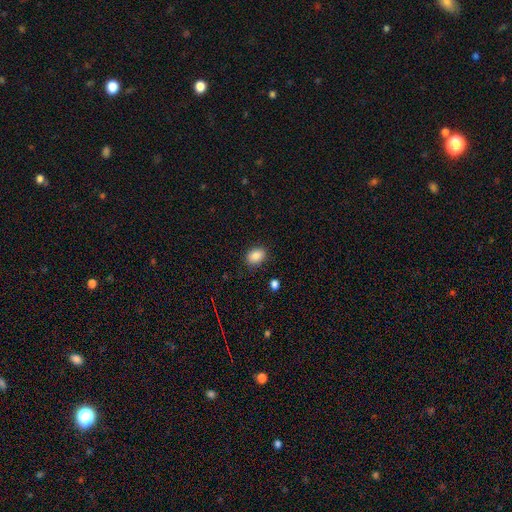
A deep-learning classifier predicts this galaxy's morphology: smooth 87%, star or artifact 9%, featured or disk 4%. Down the decision tree: how rounded — in between (69%); merging — none (86%).